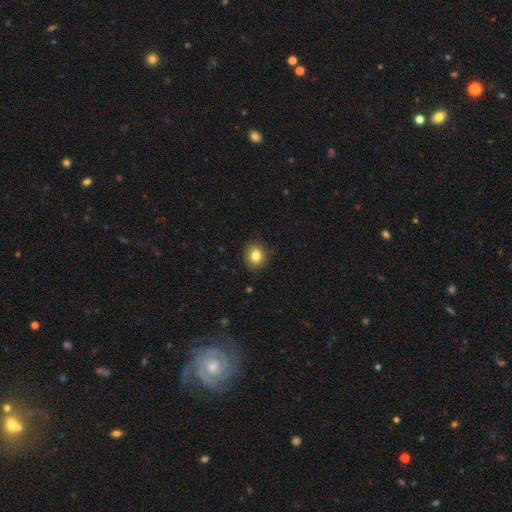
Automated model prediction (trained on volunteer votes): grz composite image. It shows a smooth galaxy with no disk features (82%) that is round (75%). Merging: none (89%).